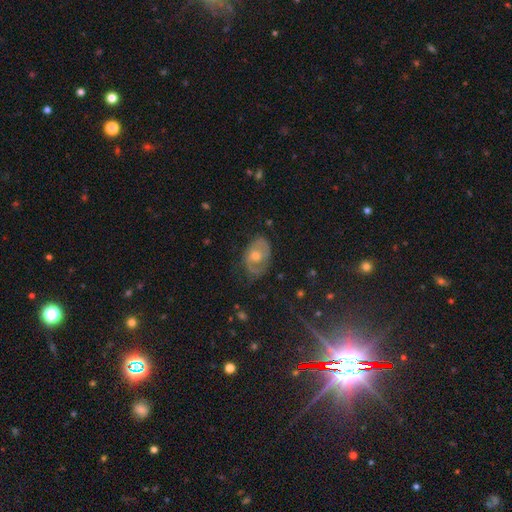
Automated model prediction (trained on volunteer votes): Smooth or featured: featured or disk — 60% (smooth — 29%)
Edge-on disk: no — 95% (yes — 5%)
Bar: no — 74% (weak — 22%)
Spiral arms: yes — 70% (no — 30%)
Bulge size: moderate — 67% (small — 25%)
Merging: none — 64% (minor disturbance — 24%)